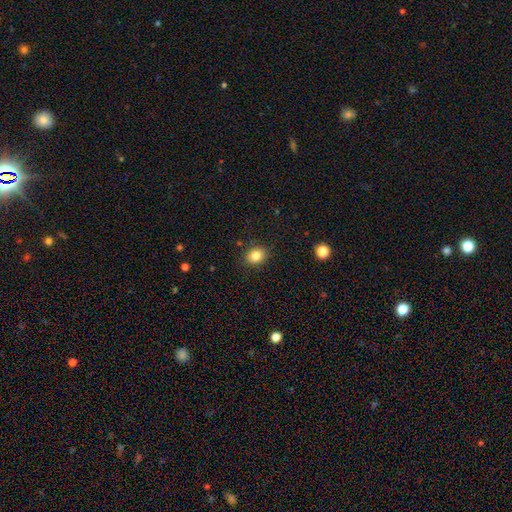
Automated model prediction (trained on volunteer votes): Morphology: type=smooth (83%); roundness=round (51%); merging=none (88%).